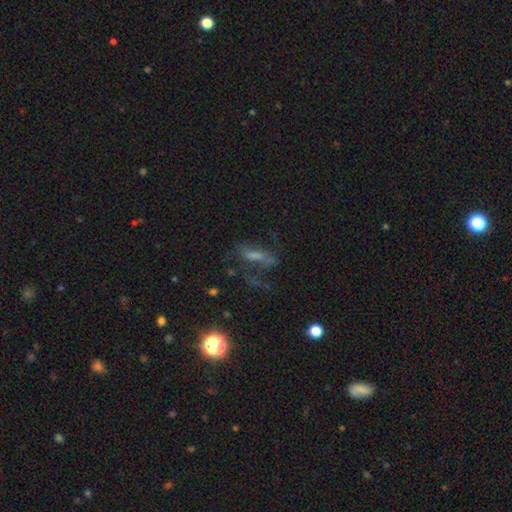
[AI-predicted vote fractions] The model was most divided on "smooth or featured": featured or disk: 39%, smooth: 35%, star or artifact: 26%. Remaining: merging — none (40%).